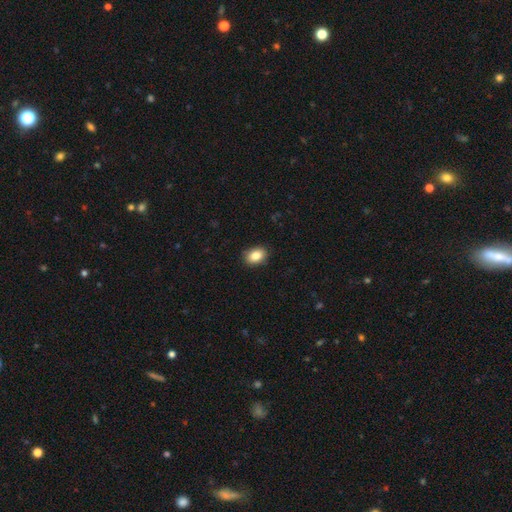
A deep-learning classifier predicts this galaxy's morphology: Smooth or featured: smooth — 85% (star or artifact — 9%)
How rounded: in between — 75% (round — 24%)
Merging: none — 89% (minor disturbance — 8%)